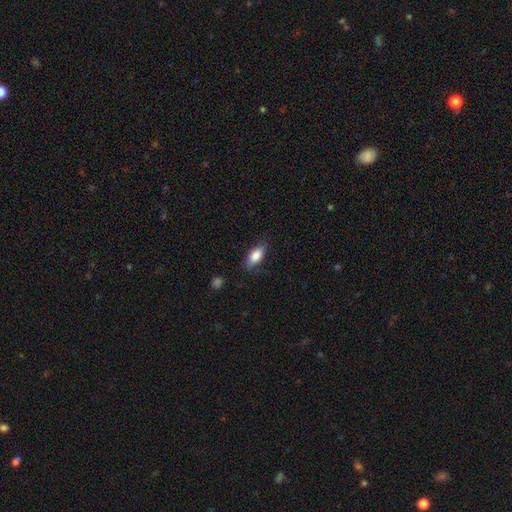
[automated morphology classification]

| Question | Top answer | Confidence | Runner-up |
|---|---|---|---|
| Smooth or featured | smooth | 84% | featured or disk (10%) |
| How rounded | in between | 86% | cigar-shaped (10%) |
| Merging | none | 77% | minor disturbance (17%) |